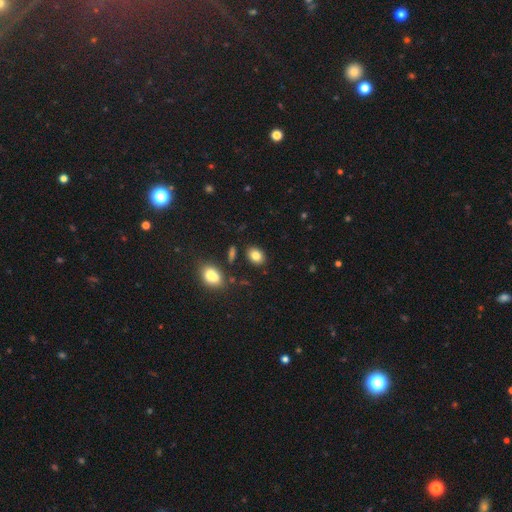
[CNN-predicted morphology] A smooth galaxy with no disk features (83%) that is in between round and cigar-shaped (68%). Merging: none (85%).